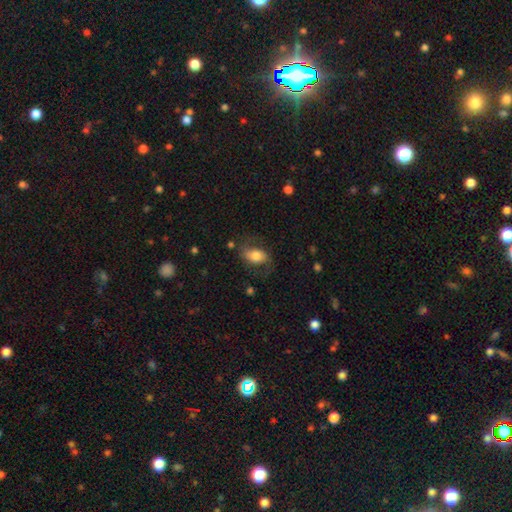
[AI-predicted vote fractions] Smooth or featured?
  - smooth: 48% *
  - featured or disk: 44%
  - star or artifact: 8%
Merging?
  - none: 64% *
  - minor disturbance: 20%
  - major disturbance: 14%
  - merger: 2%